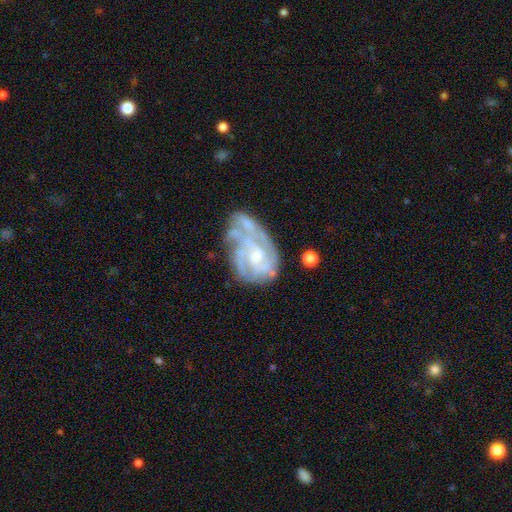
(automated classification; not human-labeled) Smooth or featured? Predicted: featured or disk (p=0.82). Edge-on disk? Predicted: no (p=0.97). Bar? Predicted: no (p=0.60). Spiral arms? Predicted: yes (p=0.89). Spiral winding? Predicted: tight (p=0.59). Spiral arm count? Predicted: can't tell (p=0.33). Bulge size? Predicted: small (p=0.46). Merging? Predicted: none (p=0.44).